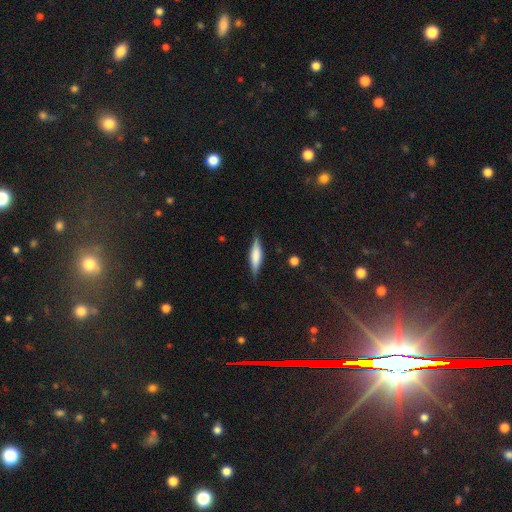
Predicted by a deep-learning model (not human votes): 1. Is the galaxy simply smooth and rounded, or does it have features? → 59% smooth, 34% featured or disk, 6% star or artifact.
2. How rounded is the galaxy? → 70% cigar-shaped, 28% in between, 2% round.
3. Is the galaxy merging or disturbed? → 82% none, 14% minor disturbance, 3% major disturbance, 1% merger.